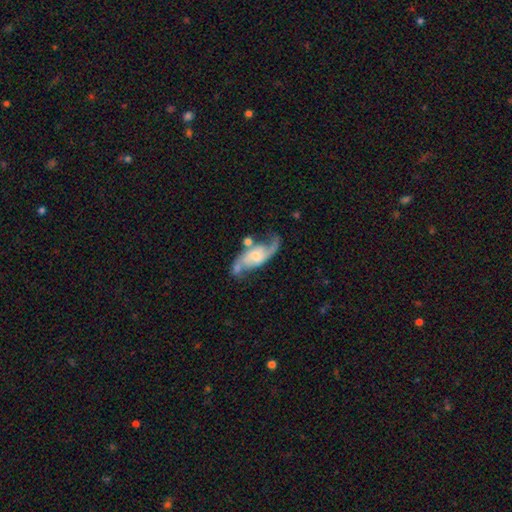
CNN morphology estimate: Q: Smooth or featured?
A: featured or disk (82%); runner-up: smooth (12%)
Q: Edge-on disk?
A: no (95%); runner-up: yes (5%)
Q: Bar?
A: no (44%); runner-up: weak (43%)
Q: Spiral arms?
A: yes (95%); runner-up: no (5%)
Q: Spiral winding?
A: loose (53%); runner-up: medium (37%)
Q: Spiral arm count?
A: 2 (88%); runner-up: 1 (5%)
Q: Bulge size?
A: small (42%); runner-up: moderate (38%)
Q: Merging?
A: none (54%); runner-up: minor disturbance (19%)